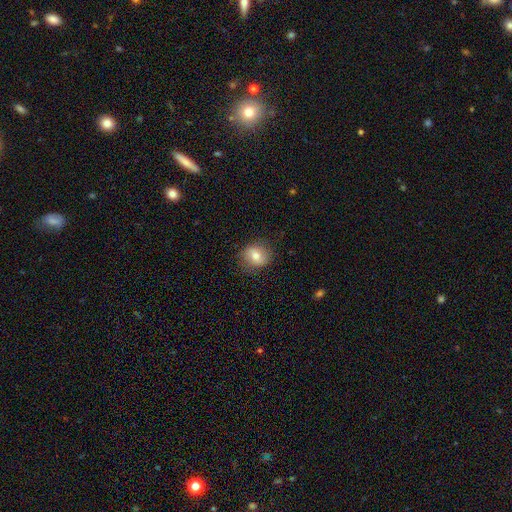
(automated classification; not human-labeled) smooth-or-featured: smooth: 72% | featured or disk: 19% | star or artifact: 9%
  how-rounded: round: 68% | in between: 31% | cigar-shaped: 1%
  merging: none: 84% | minor disturbance: 12% | major disturbance: 3% | merger: 1%